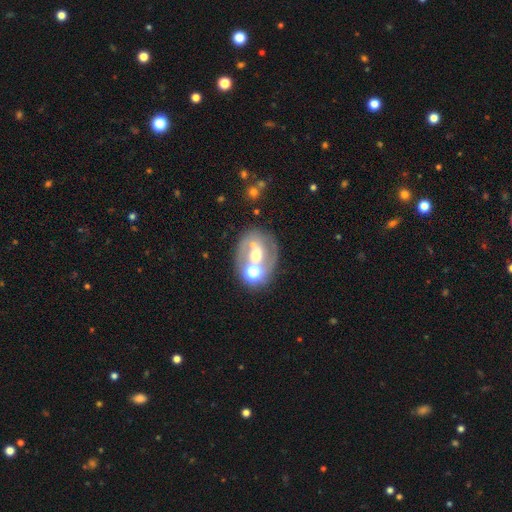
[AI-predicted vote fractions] This appears to be a featured or disk galaxy (56%) with no bar (58%), no spiral arms (60%) and a moderate central bulge (61%). Merging: none (53%).